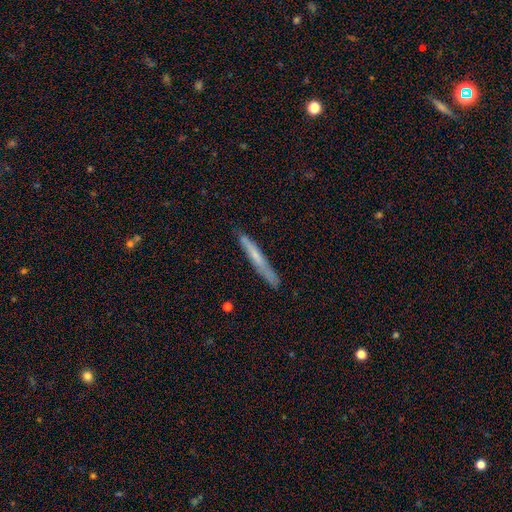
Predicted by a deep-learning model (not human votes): The model was most divided on "smooth or featured": smooth: 55%, featured or disk: 39%, star or artifact: 6%. More confident: how rounded — cigar-shaped (96%); merging — none (85%).